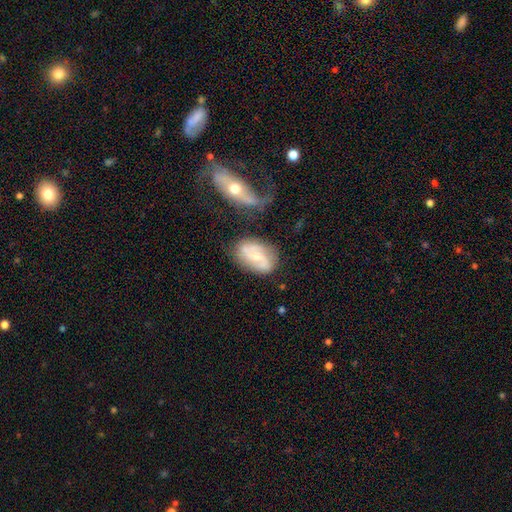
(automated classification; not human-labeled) Morphology: type=featured or disk (73%); edge-on=no (95%); bar=no (47%); spiral arms=yes (91%); winding=medium (44%); arm count=2 (83%); bulge=small (52%); merging=none (64%).